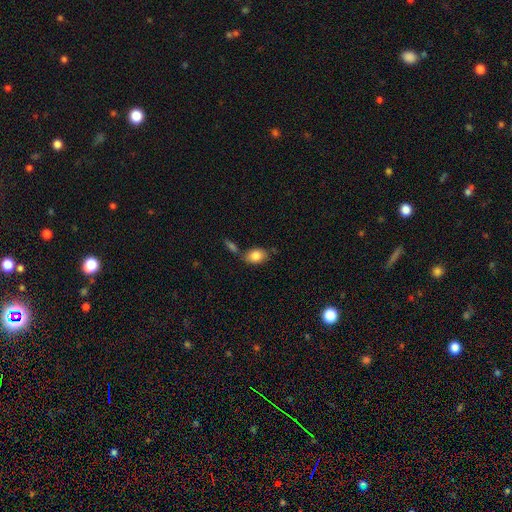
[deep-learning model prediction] smooth-or-featured: smooth: 84% | featured or disk: 8% | star or artifact: 7%
  how-rounded: in between: 82% | round: 17% | cigar-shaped: 2%
  merging: none: 63% | merger: 18% | minor disturbance: 16% | major disturbance: 4%